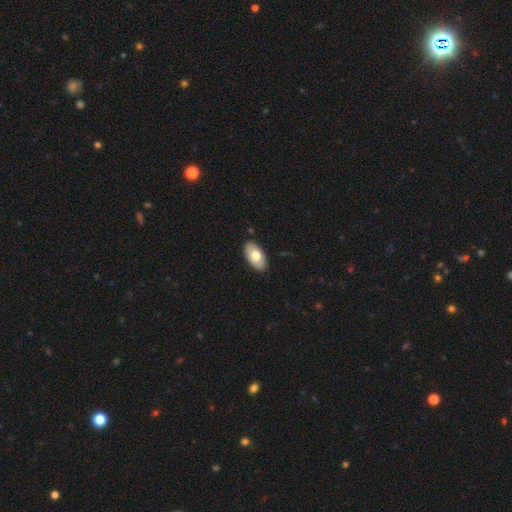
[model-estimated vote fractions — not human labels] Smooth or featured: smooth — 71% (featured or disk — 23%)
How rounded: in between — 95% (round — 3%)
Merging: none — 88% (minor disturbance — 9%)